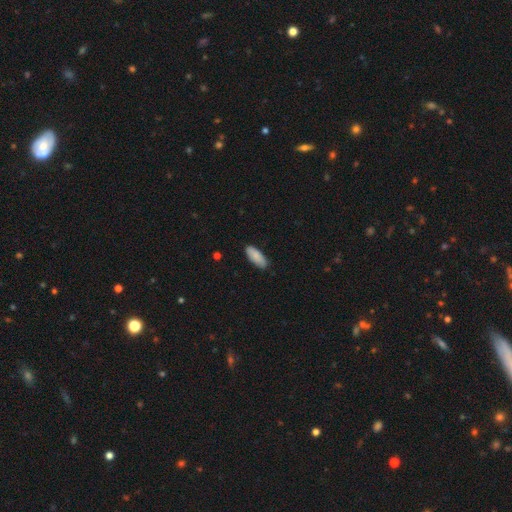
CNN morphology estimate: A smooth galaxy with no disk features (87%) that is in between round and cigar-shaped (79%).

Vote fractions:
- Smooth or featured? smooth: 87% / featured or disk: 8% / star or artifact: 6%
- How rounded? in between: 79% / cigar-shaped: 20% / round: 2%
- Merging? none: 85% / minor disturbance: 12% / major disturbance: 2% / merger: 1%